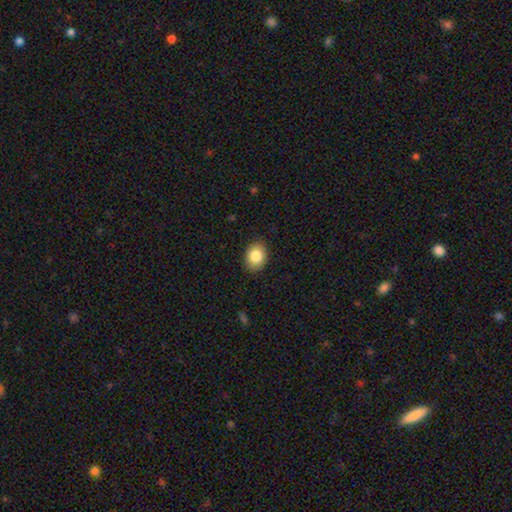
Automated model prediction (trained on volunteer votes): The model was most divided on "how rounded": in between: 64%, round: 35%, cigar-shaped: 1%. More confident: merging — none (88%); smooth or featured — smooth (84%).